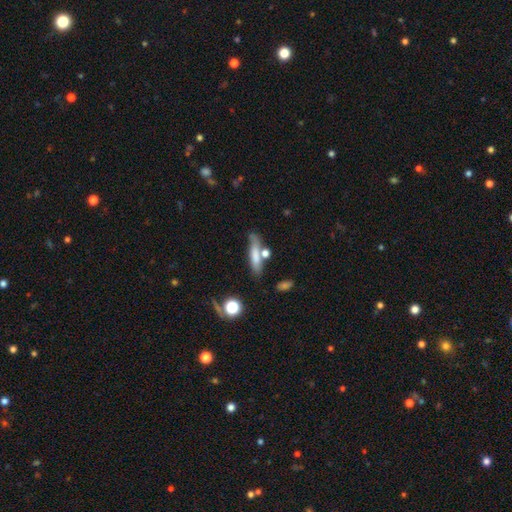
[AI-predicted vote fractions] Smooth or featured?
  - smooth: 67% *
  - featured or disk: 24%
  - star or artifact: 9%
How rounded?
  - cigar-shaped: 74% *
  - in between: 22%
  - round: 3%
Merging?
  - none: 62% *
  - minor disturbance: 17%
  - merger: 15%
  - major disturbance: 6%